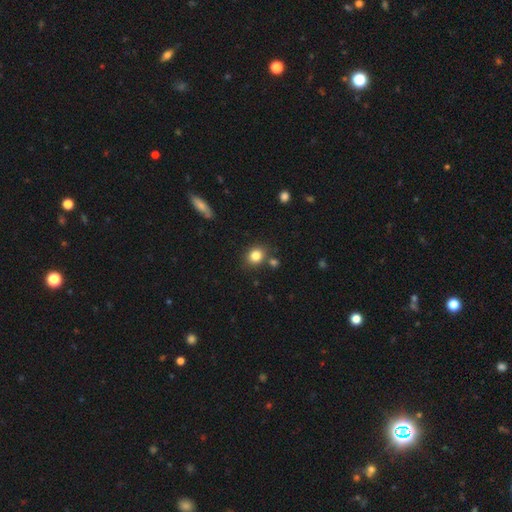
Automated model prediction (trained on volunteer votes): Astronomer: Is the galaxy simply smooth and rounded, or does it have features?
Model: smooth — 82%.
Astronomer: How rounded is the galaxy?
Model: round — 68%.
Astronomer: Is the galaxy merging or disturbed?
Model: none — 78%.